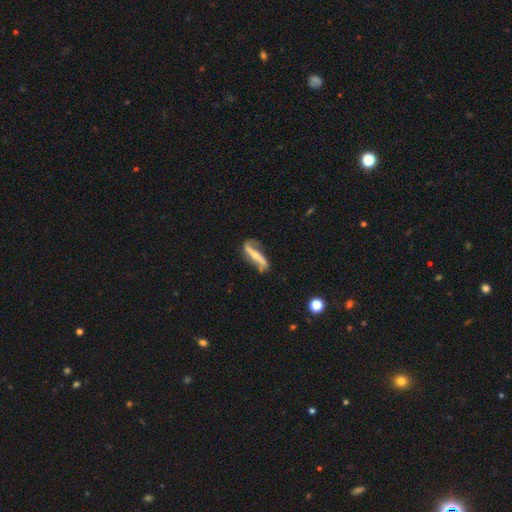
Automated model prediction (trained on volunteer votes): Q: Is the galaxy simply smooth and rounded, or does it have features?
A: featured or disk — 73%.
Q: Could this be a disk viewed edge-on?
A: no — 69%.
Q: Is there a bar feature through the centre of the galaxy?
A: strong — 56%.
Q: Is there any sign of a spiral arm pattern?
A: yes — 87%.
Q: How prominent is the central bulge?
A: small — 56%.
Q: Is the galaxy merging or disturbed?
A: none — 62%.